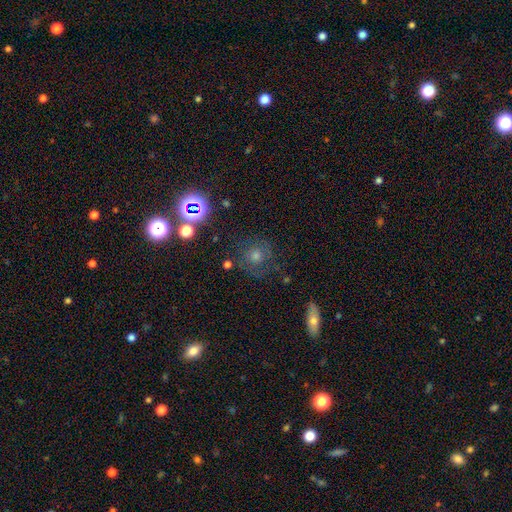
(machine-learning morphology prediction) type=featured or disk (36%); merging=none (76%).